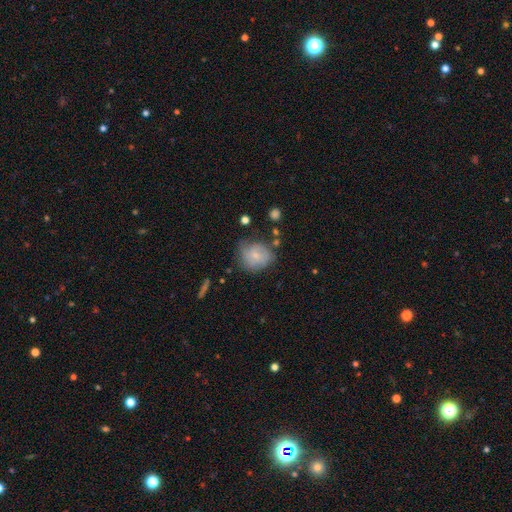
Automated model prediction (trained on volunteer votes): Overall: smooth (63%; featured or disk 29%). How rounded: round (72%). Merging: none (52%; minor disturbance 32%).